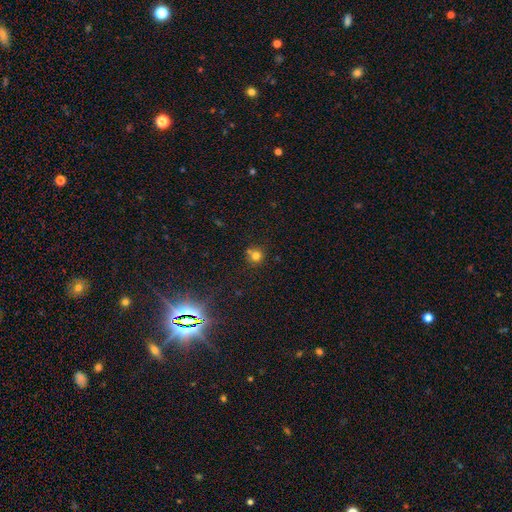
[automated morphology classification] A smooth galaxy with no disk features (76%) that is round (91%). Merging: none (66%).